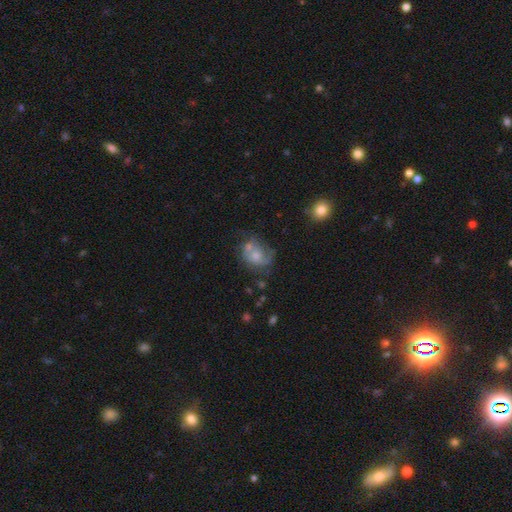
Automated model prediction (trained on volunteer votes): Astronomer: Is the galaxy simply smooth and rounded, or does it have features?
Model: featured or disk — 50% (runner-up: smooth, 41%).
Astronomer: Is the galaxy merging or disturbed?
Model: none — 34% (runner-up: merger, 23%).